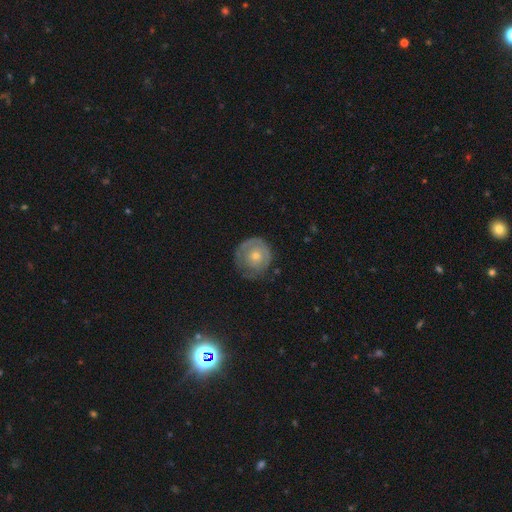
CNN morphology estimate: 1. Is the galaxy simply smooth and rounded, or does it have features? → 55% featured or disk, 36% smooth, 9% star or artifact.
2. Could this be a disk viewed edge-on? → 96% no, 4% yes.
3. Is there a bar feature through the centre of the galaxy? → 88% no, 10% weak, 2% strong.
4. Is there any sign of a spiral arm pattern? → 57% yes, 43% no.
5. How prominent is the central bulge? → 49% small, 46% moderate, 2% large, 1% none, 1% dominant.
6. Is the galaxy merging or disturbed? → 71% none, 19% minor disturbance, 8% major disturbance, 1% merger.